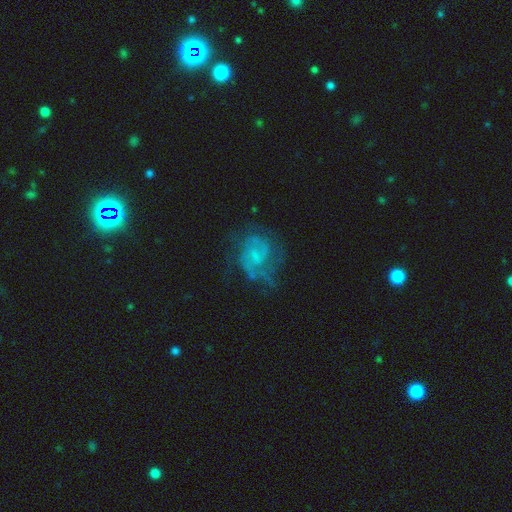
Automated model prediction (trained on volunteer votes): Smooth or featured? featured or disk (72%)
Edge-on disk? no (98%)
Bar? no (59%)
Spiral arms? yes (82%)
Spiral winding? medium (46%)
Spiral arm count? 2 (47%)
Bulge size? small (42%)
Merging? none (52%)